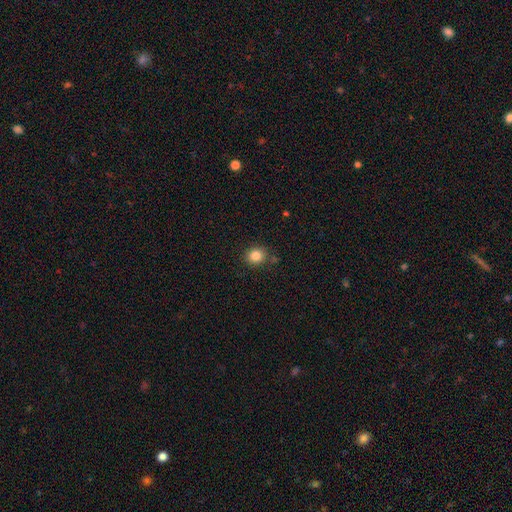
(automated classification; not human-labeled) Morphology: type=smooth (85%); roundness=round (81%); merging=none (83%).